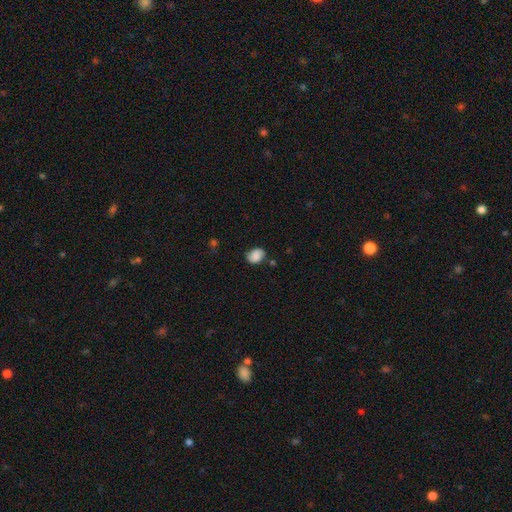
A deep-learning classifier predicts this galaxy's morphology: smooth 78%, featured or disk 13%, star or artifact 9%. Down the decision tree: how rounded — in between (57%); merging — none (69%).